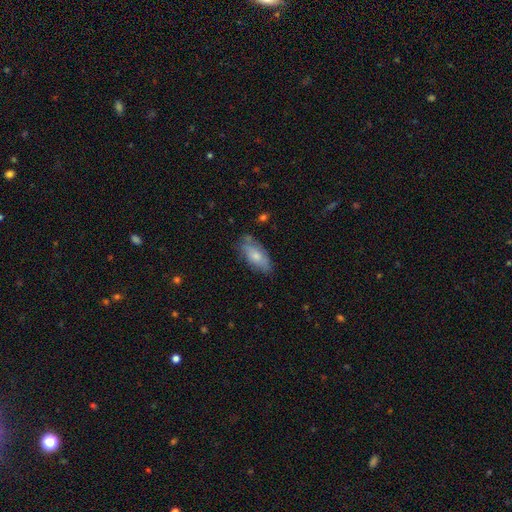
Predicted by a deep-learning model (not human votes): This appears to be a smooth galaxy with no disk features (69%) that is in between round and cigar-shaped (83%). Merging: none (69%).